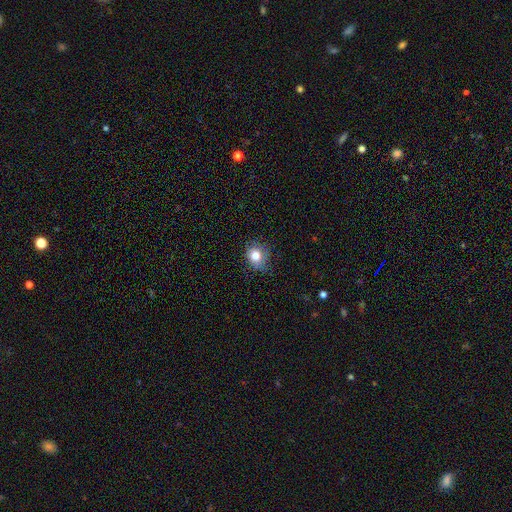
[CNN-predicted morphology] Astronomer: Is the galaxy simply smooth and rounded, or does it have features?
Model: smooth — 79%.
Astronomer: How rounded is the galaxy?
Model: round — 75%.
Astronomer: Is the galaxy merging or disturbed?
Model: none — 74%.